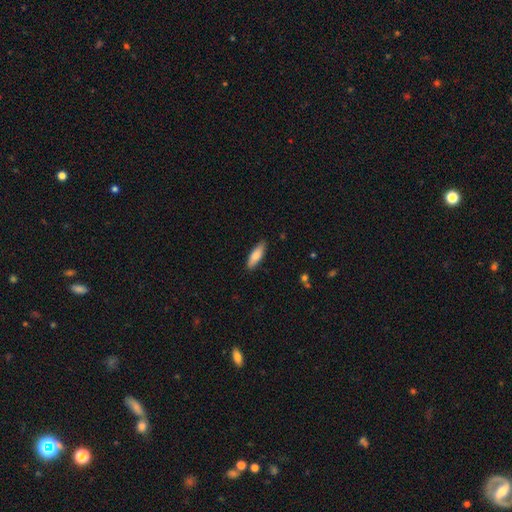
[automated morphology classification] Smooth or featured? Predicted: smooth (p=0.82). How rounded? Predicted: in between (p=0.52). Merging? Predicted: none (p=0.87).